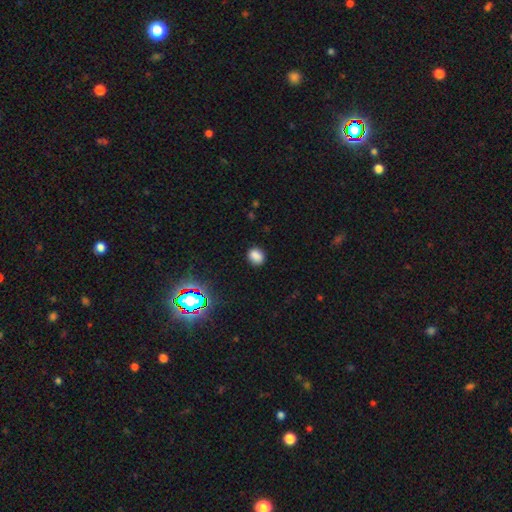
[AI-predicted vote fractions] The model was most divided on "how rounded": in between: 55%, round: 44%, cigar-shaped: 1%. More confident: merging — none (85%); smooth or featured — smooth (81%).